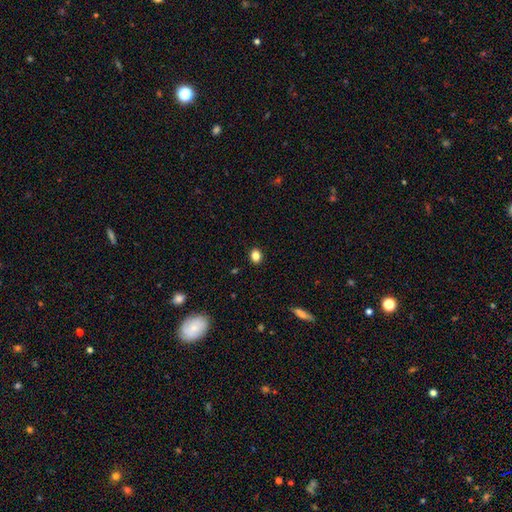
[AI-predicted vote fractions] smooth_or_featured: smooth (p=0.84) [alt: star or artifact p=0.11]
how_rounded: in between (p=0.53) [alt: round p=0.46]
merging: none (p=0.90) [alt: minor disturbance p=0.07]